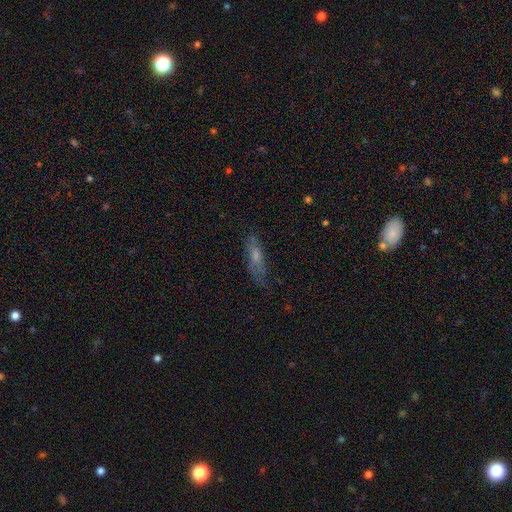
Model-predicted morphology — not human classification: smooth_or_featured: smooth (p=0.47) [alt: featured or disk p=0.40]
merging: none (p=0.68) [alt: minor disturbance p=0.23]